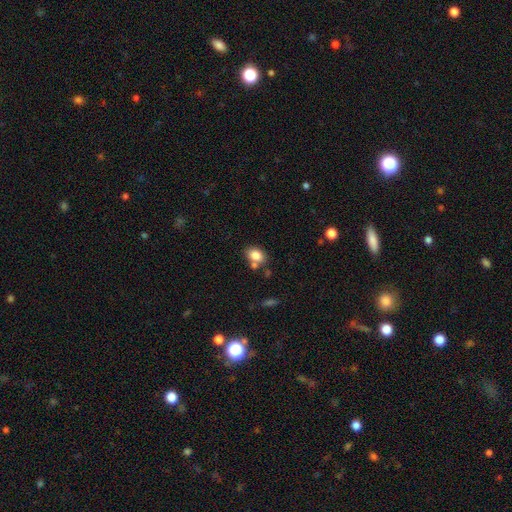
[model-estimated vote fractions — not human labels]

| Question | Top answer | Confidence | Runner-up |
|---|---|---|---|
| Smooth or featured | smooth | 83% | star or artifact (9%) |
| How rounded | in between | 74% | round (25%) |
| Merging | none | 63% | merger (19%) |